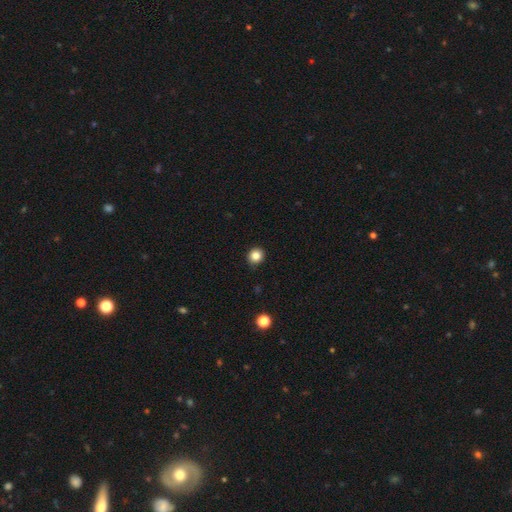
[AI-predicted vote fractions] A smooth galaxy with no disk features (84%) that is round (89%). Merging: none (89%).